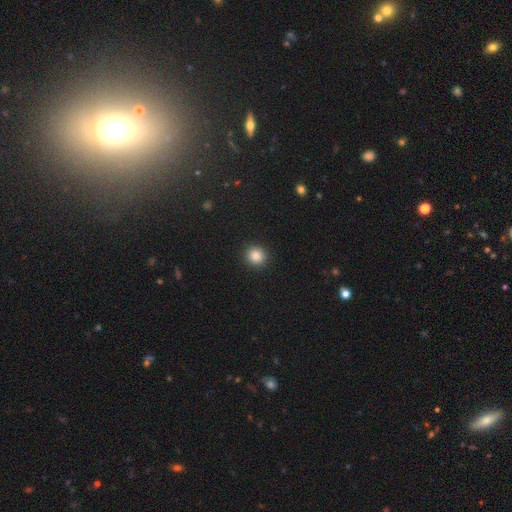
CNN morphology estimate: This appears to be a smooth galaxy with no disk features (86%) that is round (90%). Merging: none (92%).